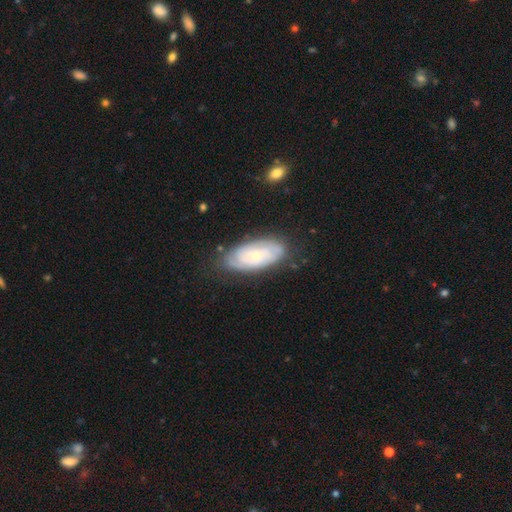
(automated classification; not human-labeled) The model was most divided on "spiral arm count": can't tell: 53%, 2: 25%, 3: 9%, 4: 5%, 1: 4%, more than 4: 3%. More confident: edge-on disk — no (92%); spiral arms — yes (82%); bar — no (78%); merging — none (75%); spiral winding — tight (73%); bulge size — small (68%); smooth or featured — featured or disk (67%).